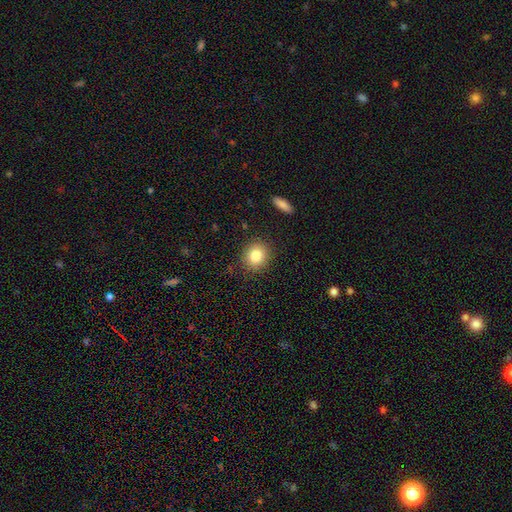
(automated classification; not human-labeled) Morphology: type=smooth (81%); roundness=round (81%); merging=none (88%).